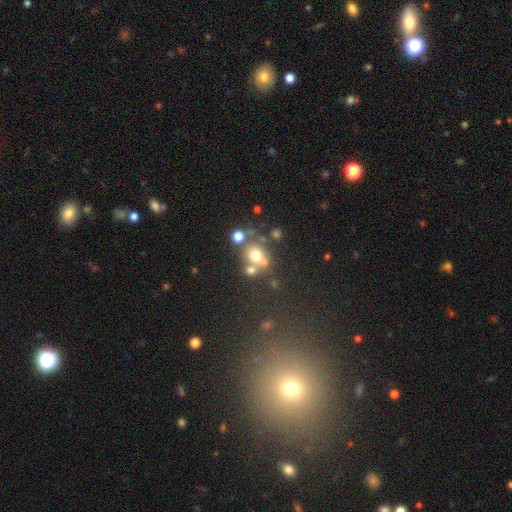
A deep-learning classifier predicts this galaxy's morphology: This is likely a smooth galaxy (63%). How rounded: likely round (70%). Merging: possibly none (50%).